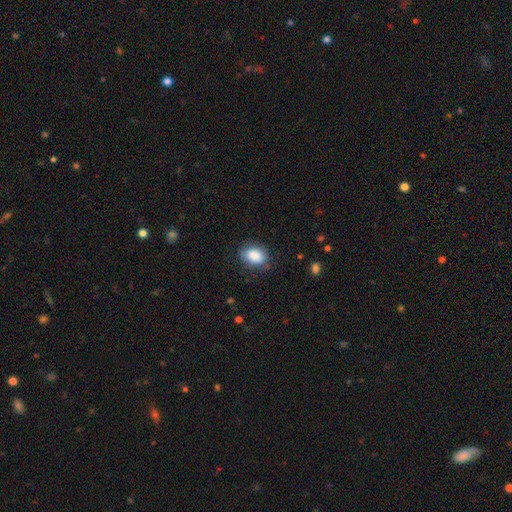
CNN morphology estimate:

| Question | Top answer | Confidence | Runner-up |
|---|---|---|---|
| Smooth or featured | smooth | 88% | star or artifact (7%) |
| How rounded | in between | 78% | round (21%) |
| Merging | none | 81% | minor disturbance (14%) |